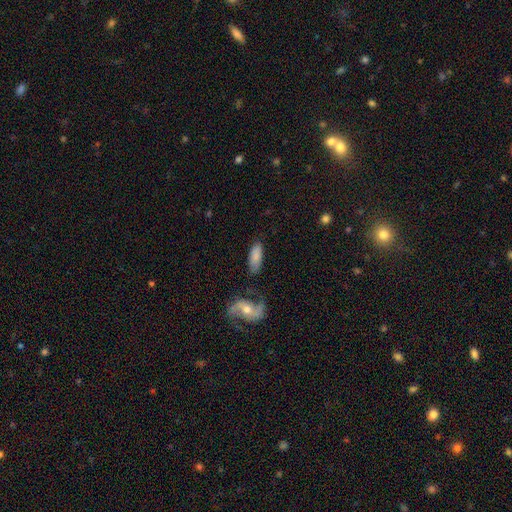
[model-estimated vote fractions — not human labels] smooth_or_featured: smooth (p=0.74) [alt: featured or disk p=0.19]
how_rounded: in between (p=0.81) [alt: cigar-shaped p=0.16]
merging: none (p=0.68) [alt: minor disturbance p=0.18]